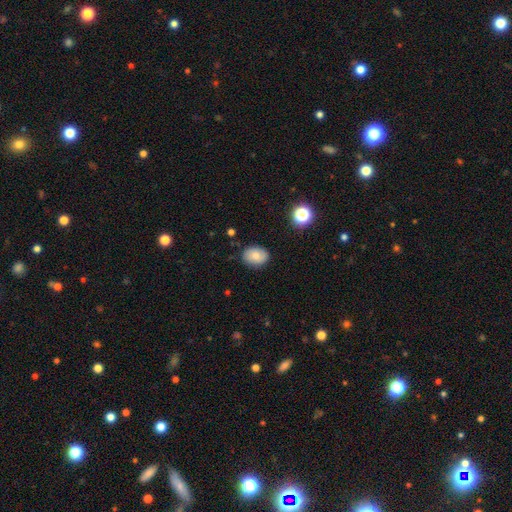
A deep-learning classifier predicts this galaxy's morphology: Smooth or featured?
  - smooth: 78% *
  - featured or disk: 13%
  - star or artifact: 9%
How rounded?
  - in between: 69% *
  - round: 30%
  - cigar-shaped: 1%
Merging?
  - none: 85% *
  - minor disturbance: 11%
  - major disturbance: 2%
  - merger: 1%